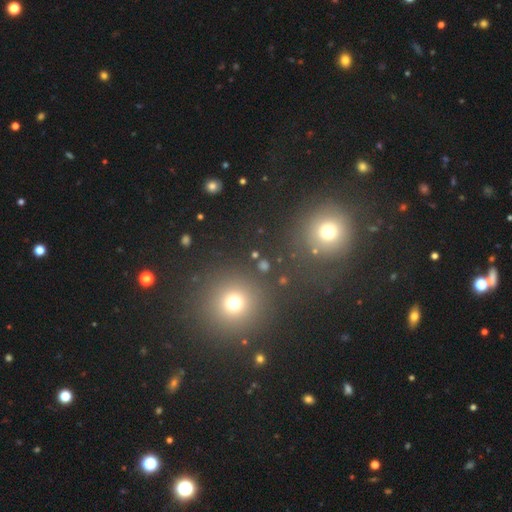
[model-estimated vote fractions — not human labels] This is possibly a smooth galaxy (59%). How rounded: clearly round (90%). Merging: clearly none (83%).